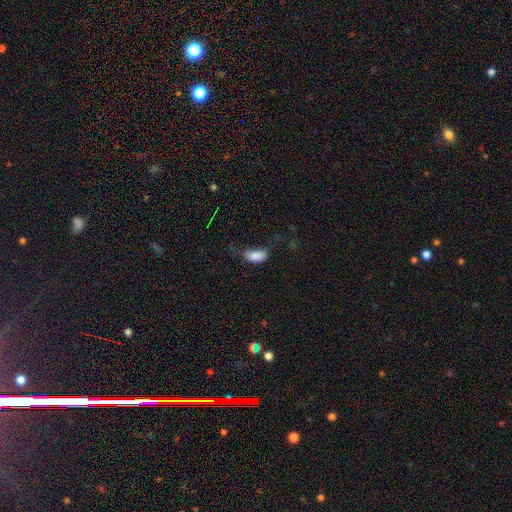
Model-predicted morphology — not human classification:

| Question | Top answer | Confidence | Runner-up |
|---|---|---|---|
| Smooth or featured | smooth | 82% | featured or disk (10%) |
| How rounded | in between | 93% | round (4%) |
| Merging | major disturbance | 36% | none (31%) |